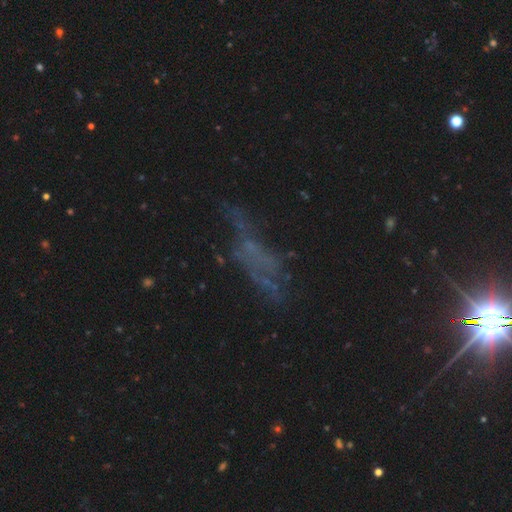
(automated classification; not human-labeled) A featured or disk galaxy (45%).

Vote fractions:
- Smooth or featured? featured or disk: 45% / star or artifact: 31% / smooth: 24%
- Merging? none: 46% / major disturbance: 28% / minor disturbance: 20% / merger: 6%